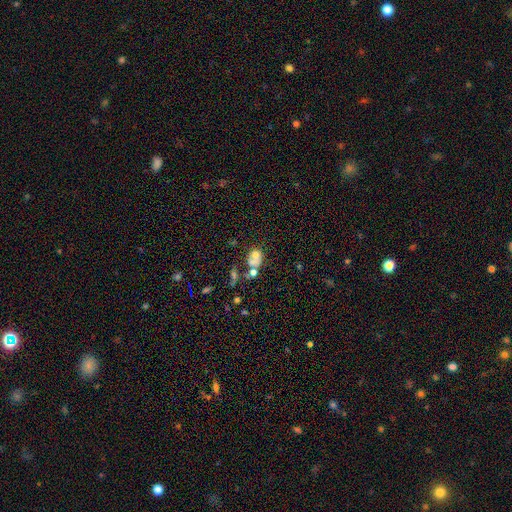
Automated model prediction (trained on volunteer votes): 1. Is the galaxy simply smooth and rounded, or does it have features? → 59% smooth, 25% featured or disk, 16% star or artifact.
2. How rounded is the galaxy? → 50% round, 49% in between, 2% cigar-shaped.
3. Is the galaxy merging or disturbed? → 40% merger, 31% none, 15% minor disturbance, 14% major disturbance.